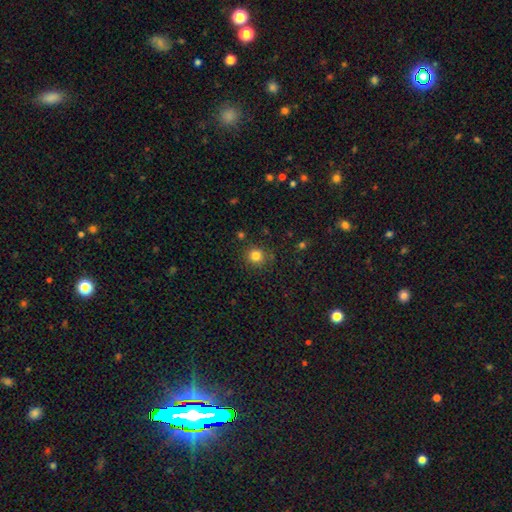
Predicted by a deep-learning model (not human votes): A smooth galaxy with no disk features (82%) that is round (91%).

Vote fractions:
- Smooth or featured? smooth: 82% / star or artifact: 13% / featured or disk: 5%
- How rounded? round: 91% / in between: 8% / cigar-shaped: 1%
- Merging? none: 87% / minor disturbance: 8% / major disturbance: 3% / merger: 2%